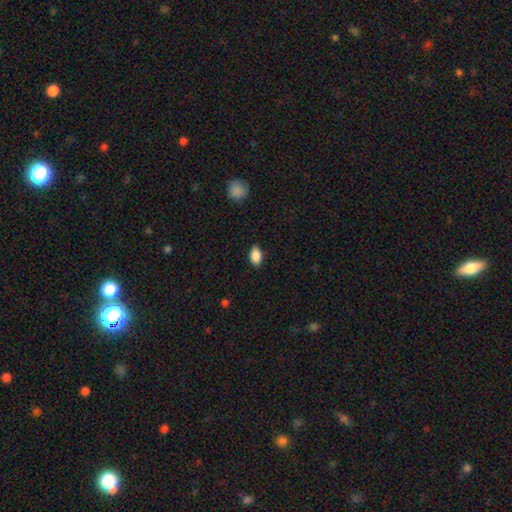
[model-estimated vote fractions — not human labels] Overall: smooth (88%). How rounded: in between (90%). Merging: none (87%).